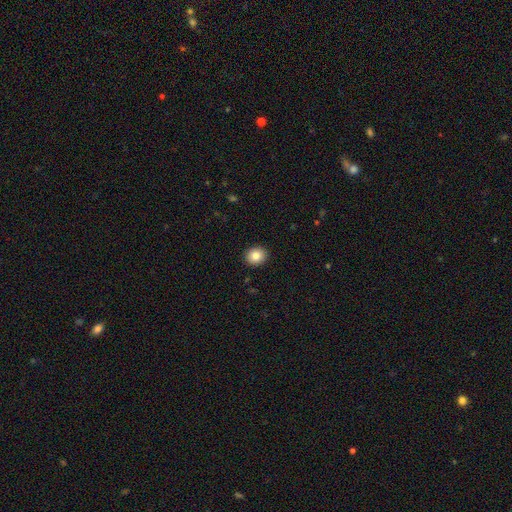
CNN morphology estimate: Q: Smooth or featured?
A: smooth (84%); runner-up: star or artifact (9%)
Q: How rounded?
A: round (72%); runner-up: in between (27%)
Q: Merging?
A: none (92%); runner-up: minor disturbance (6%)